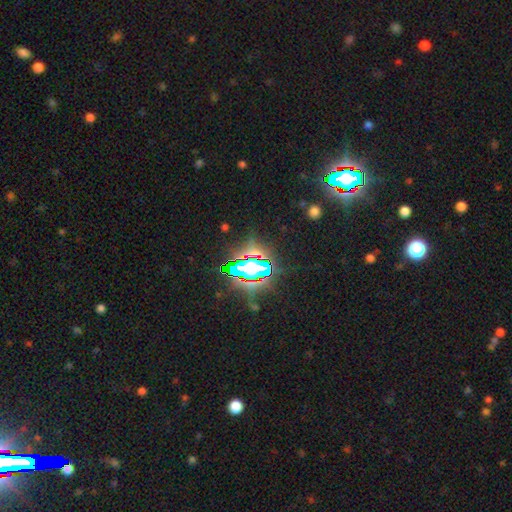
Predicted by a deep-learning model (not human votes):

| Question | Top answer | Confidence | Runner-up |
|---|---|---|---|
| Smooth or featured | star or artifact | 80% | smooth (11%) |